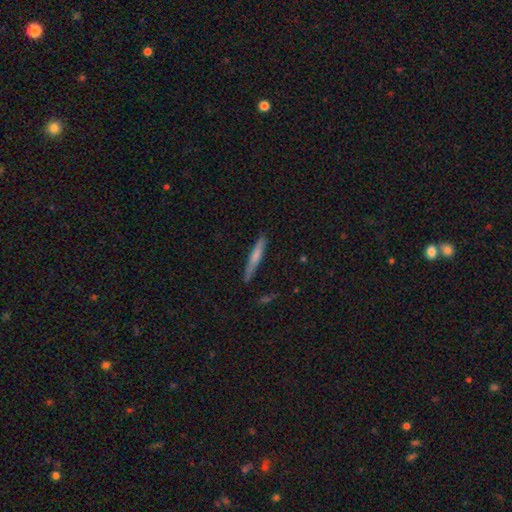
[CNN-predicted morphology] This is likely a smooth galaxy (62%). How rounded: clearly cigar-shaped (95%). Merging: clearly none (86%).